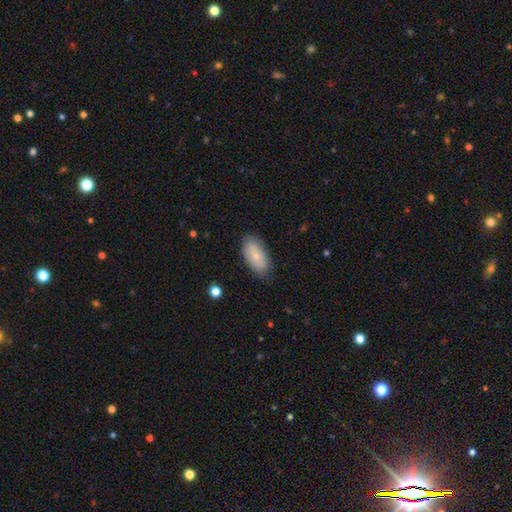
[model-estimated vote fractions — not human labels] Smooth or featured: smooth — 76% (featured or disk — 18%)
How rounded: in between — 92% (cigar-shaped — 5%)
Merging: none — 82% (minor disturbance — 14%)